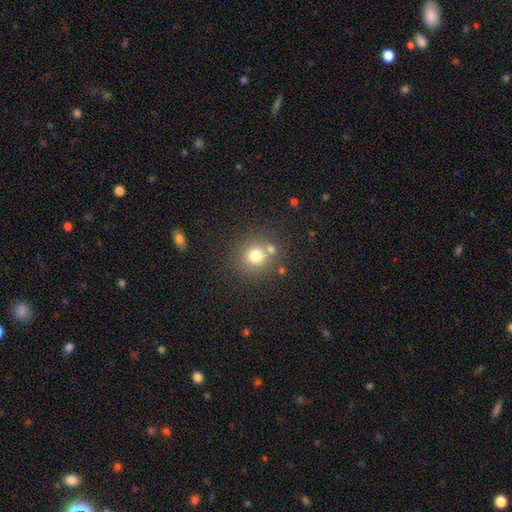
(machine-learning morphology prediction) A smooth galaxy with no disk features (75%) that is round (89%). Merging: none (66%).